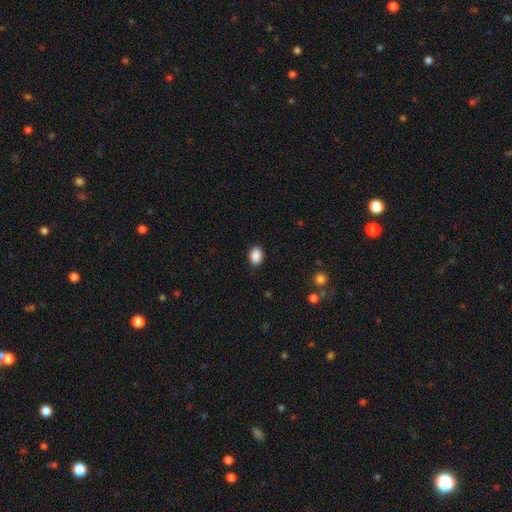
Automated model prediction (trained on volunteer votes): Q: Smooth or featured?
A: smooth (89%); runner-up: star or artifact (8%)
Q: How rounded?
A: in between (76%); runner-up: round (23%)
Q: Merging?
A: none (89%); runner-up: minor disturbance (8%)